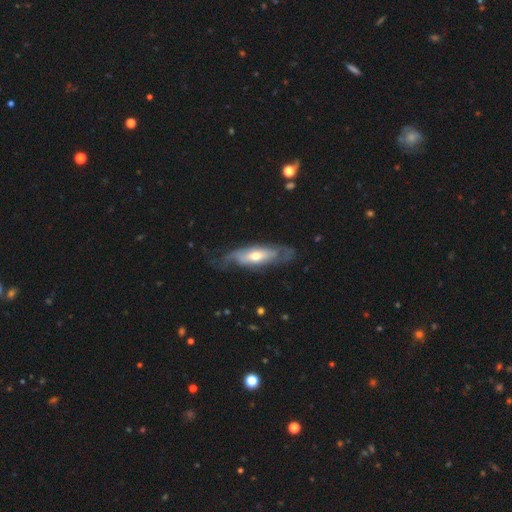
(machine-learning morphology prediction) Smooth or featured?
  - featured or disk: 64% *
  - smooth: 31%
  - star or artifact: 5%
Edge-on disk?
  - no: 71% *
  - yes: 29%
Merging?
  - none: 52% *
  - minor disturbance: 28%
  - major disturbance: 18%
  - merger: 2%